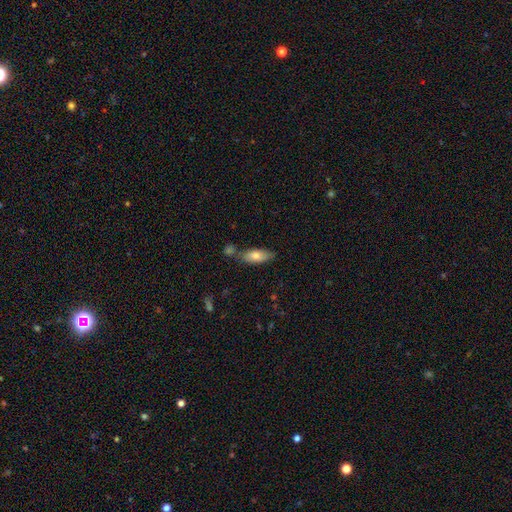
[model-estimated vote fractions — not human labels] This appears to be a smooth galaxy with no disk features (77%) that is in between round and cigar-shaped (77%). Merging: none (66%).